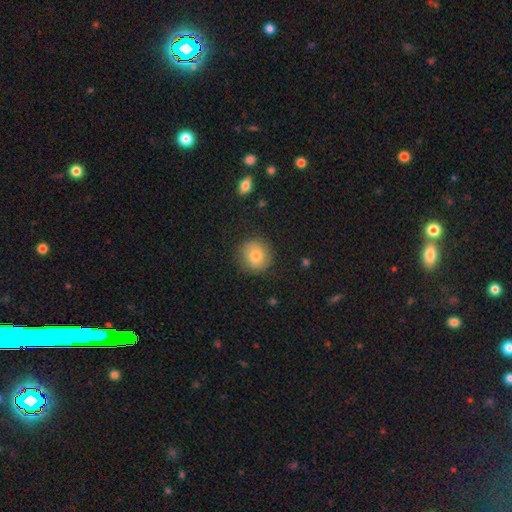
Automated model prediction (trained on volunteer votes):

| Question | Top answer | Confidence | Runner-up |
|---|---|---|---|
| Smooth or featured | smooth | 78% | featured or disk (13%) |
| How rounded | round | 90% | in between (9%) |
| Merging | none | 85% | minor disturbance (11%) |